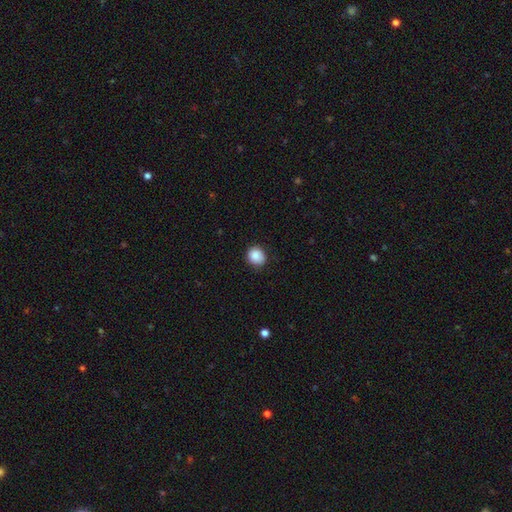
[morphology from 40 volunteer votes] Smooth or featured?
  - smooth: 90% *
  - star or artifact: 10%
  - featured or disk: 0%
How rounded?
  - round: 83% *
  - in between: 17%
  - cigar-shaped: 0%
Merging?
  - none: 56% *
  - minor disturbance: 42%
  - major disturbance: 3%
  - merger: 0%